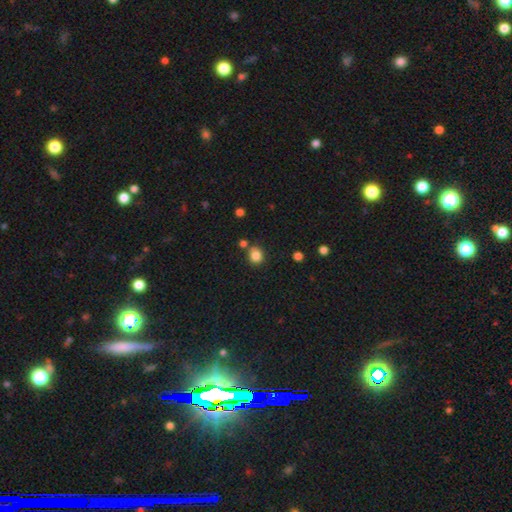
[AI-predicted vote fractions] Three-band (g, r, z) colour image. It shows a smooth galaxy with no disk features (83%) that is round (80%). Merging: none (74%).